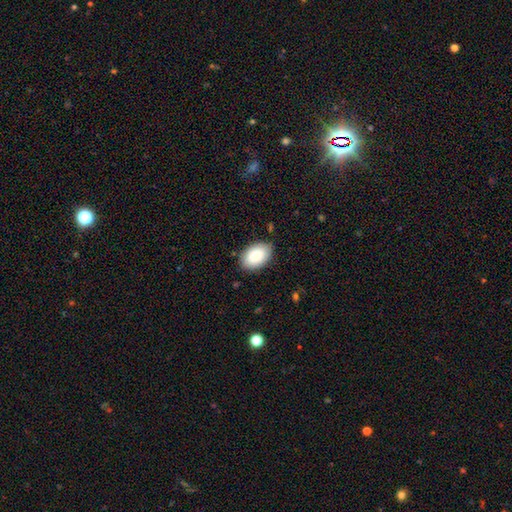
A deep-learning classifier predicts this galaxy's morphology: Smooth or featured?
  - smooth: 89% *
  - star or artifact: 6%
  - featured or disk: 5%
How rounded?
  - in between: 91% *
  - round: 8%
  - cigar-shaped: 1%
Merging?
  - none: 85% *
  - minor disturbance: 12%
  - major disturbance: 2%
  - merger: 1%